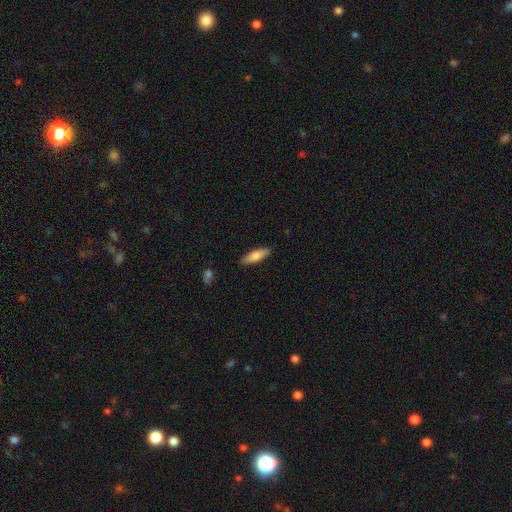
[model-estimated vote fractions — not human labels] smooth_or_featured: smooth (p=0.76) [alt: featured or disk p=0.18]
how_rounded: cigar-shaped (p=0.55) [alt: in between p=0.43]
merging: none (p=0.88) [alt: minor disturbance p=0.09]